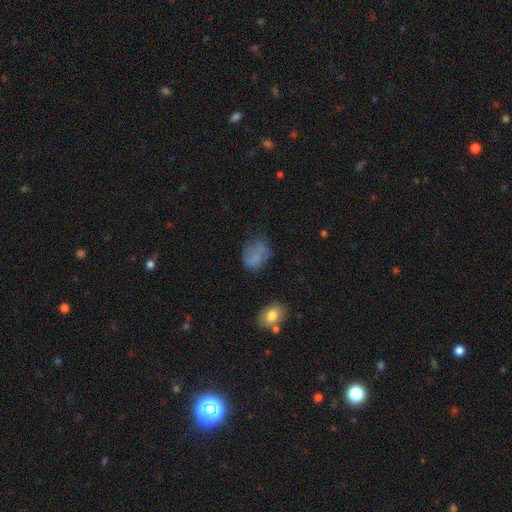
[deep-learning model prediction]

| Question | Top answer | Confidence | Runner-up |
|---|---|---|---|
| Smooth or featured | smooth | 64% | featured or disk (22%) |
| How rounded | in between | 63% | round (35%) |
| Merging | none | 46% | minor disturbance (28%) |